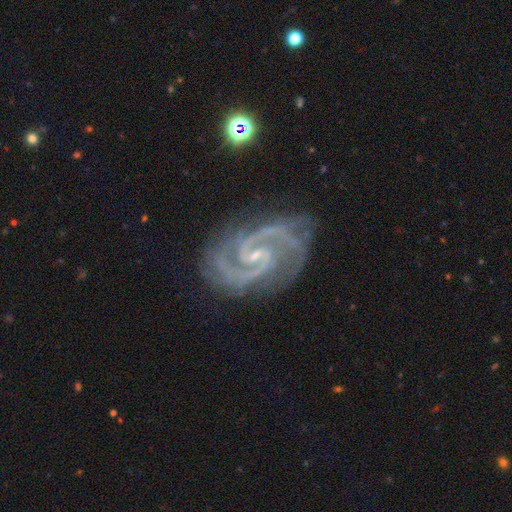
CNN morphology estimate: Smooth or featured? featured or disk (94%)
Edge-on disk? no (98%)
Bar? weak (47%)
Spiral arms? yes (99%)
Spiral winding? medium (55%)
Spiral arm count? 2 (86%)
Bulge size? small (79%)
Merging? none (76%)